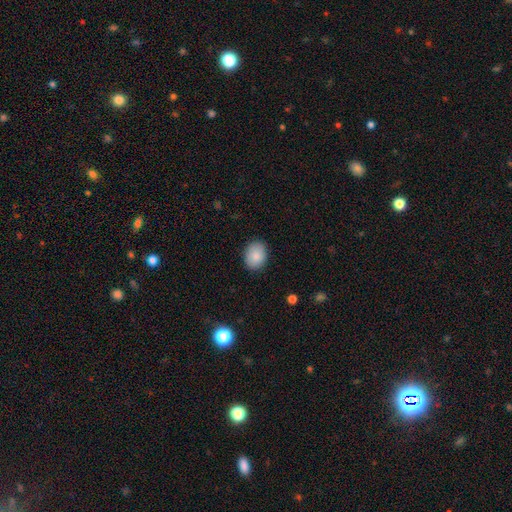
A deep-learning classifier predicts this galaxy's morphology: smooth_or_featured: smooth (p=0.88) [alt: star or artifact p=0.07]
how_rounded: in between (p=0.64) [alt: round p=0.35]
merging: none (p=0.88) [alt: minor disturbance p=0.09]